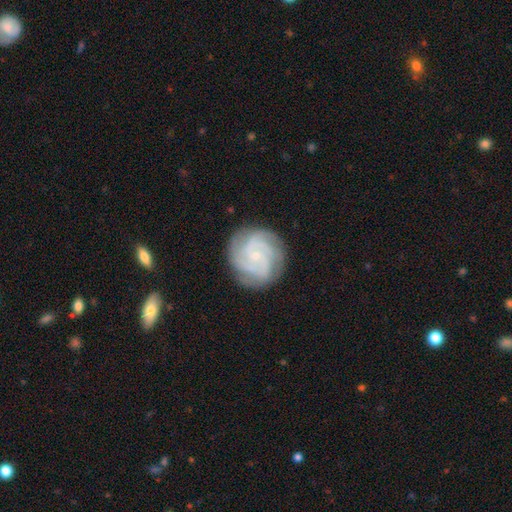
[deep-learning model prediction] The model was most divided on "spiral arm count": 3: 37%, 4: 26%, can't tell: 14%, 2: 11%, more than 4: 6%, 1: 6%. More confident: edge-on disk — no (98%); spiral arms — yes (98%); smooth or featured — featured or disk (85%); bulge size — small (84%); merging — none (82%); bar — no (75%); spiral winding — tight (66%).